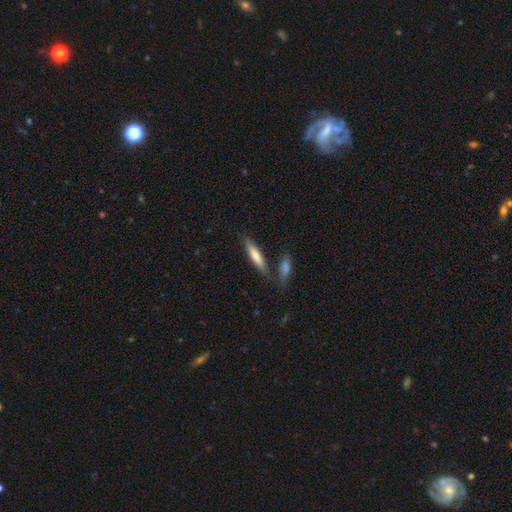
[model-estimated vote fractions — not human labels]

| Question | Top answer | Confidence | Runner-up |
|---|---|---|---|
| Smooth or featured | smooth | 74% | featured or disk (21%) |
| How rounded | cigar-shaped | 80% | in between (18%) |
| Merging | none | 75% | minor disturbance (12%) |